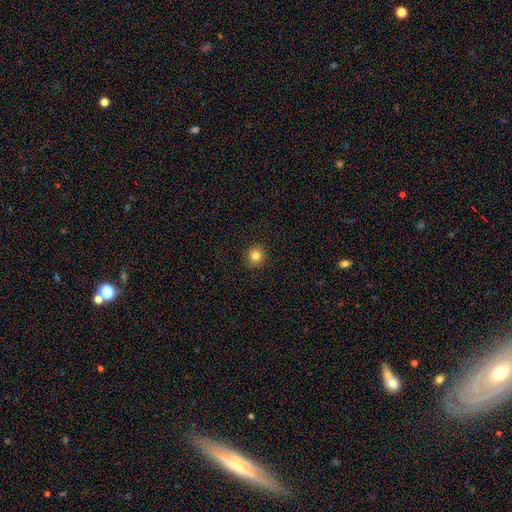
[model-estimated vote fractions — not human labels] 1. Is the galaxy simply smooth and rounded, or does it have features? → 83% smooth, 12% star or artifact, 6% featured or disk.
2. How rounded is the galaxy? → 94% round, 5% in between, 1% cigar-shaped.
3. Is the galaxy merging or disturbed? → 93% none, 5% minor disturbance, 2% major disturbance, 1% merger.